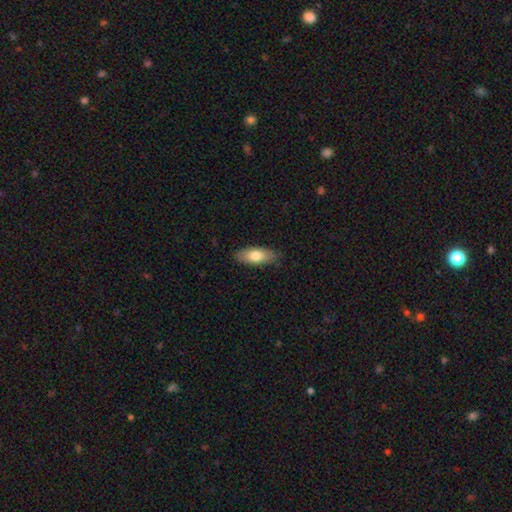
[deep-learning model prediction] This appears to be a smooth galaxy with no disk features (74%) that is in between round and cigar-shaped (78%). Merging: none (84%).